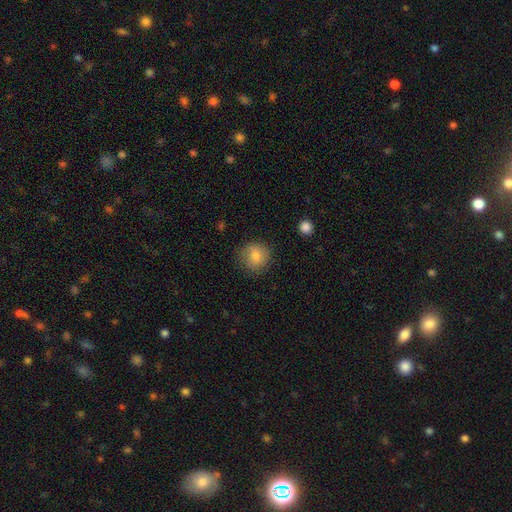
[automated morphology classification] smooth 79%, featured or disk 12%, star or artifact 9%. Down the decision tree: how rounded — round (88%); merging — none (82%).